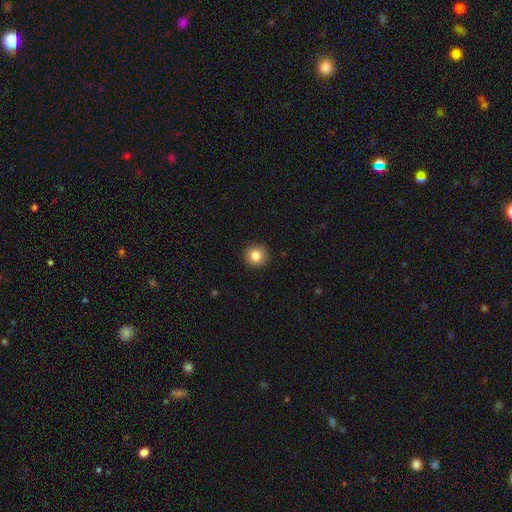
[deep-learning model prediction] smooth 84%, star or artifact 9%, featured or disk 7%. Down the decision tree: how rounded — round (93%); merging — none (92%).